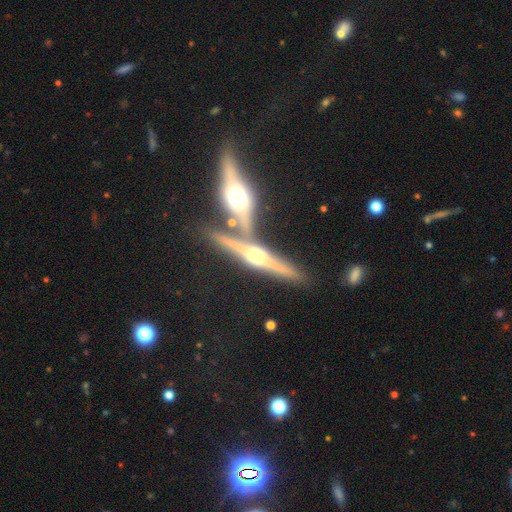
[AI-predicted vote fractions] smooth-or-featured: featured or disk: 77% | smooth: 14% | star or artifact: 9%
  disk-edge-on: yes: 95% | no: 5%
    edge-on-bulge: rounded: 90% | boxy: 7% | none: 3%
  merging: none: 68% | merger: 20% | minor disturbance: 8% | major disturbance: 4%